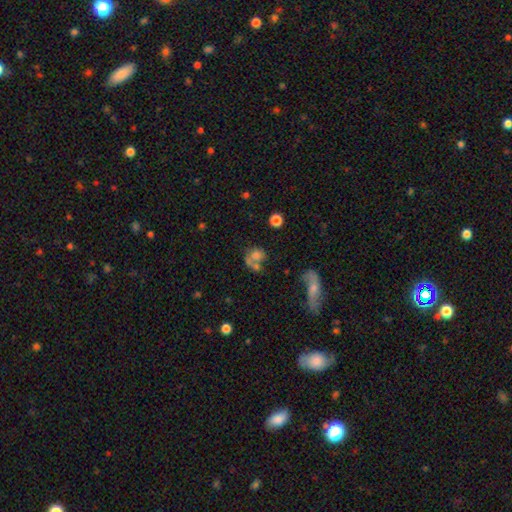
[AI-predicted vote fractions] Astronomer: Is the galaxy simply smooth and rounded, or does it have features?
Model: smooth — 59%.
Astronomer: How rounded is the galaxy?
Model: round — 61% (runner-up: in between, 37%).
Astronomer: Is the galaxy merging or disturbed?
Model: merger — 42% (runner-up: none, 30%).